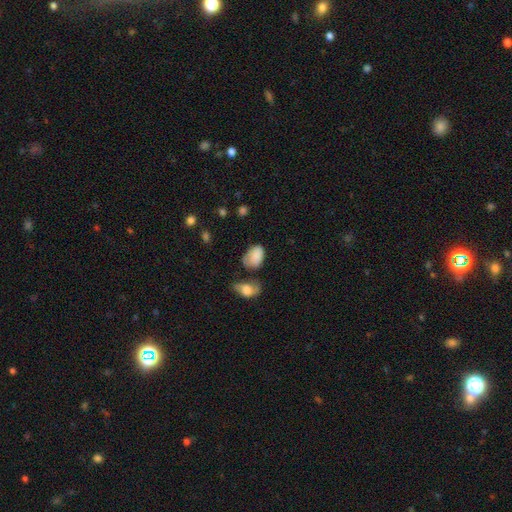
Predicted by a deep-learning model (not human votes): A smooth galaxy with no disk features (81%) that is in between round and cigar-shaped (86%). Merging: none (39%).